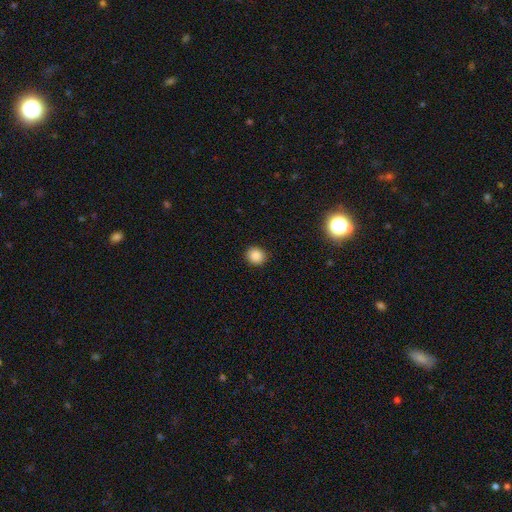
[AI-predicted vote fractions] smooth_or_featured: smooth (p=0.87) [alt: star or artifact p=0.10]
how_rounded: round (p=0.81) [alt: in between p=0.18]
merging: none (p=0.90) [alt: minor disturbance p=0.07]